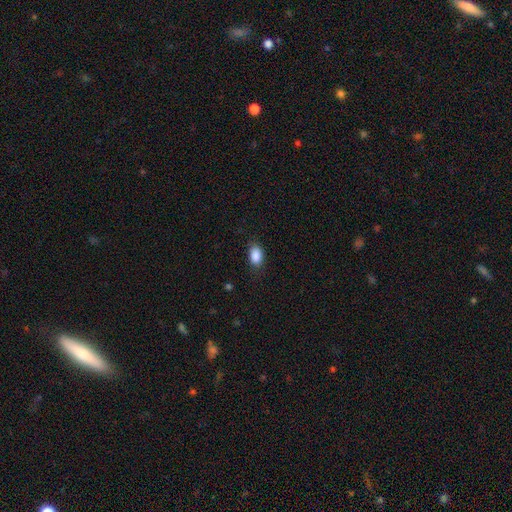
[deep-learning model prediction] Smooth or featured?
  - smooth: 89% *
  - star or artifact: 8%
  - featured or disk: 4%
How rounded?
  - in between: 88% *
  - round: 11%
  - cigar-shaped: 2%
Merging?
  - none: 82% *
  - minor disturbance: 13%
  - major disturbance: 3%
  - merger: 1%